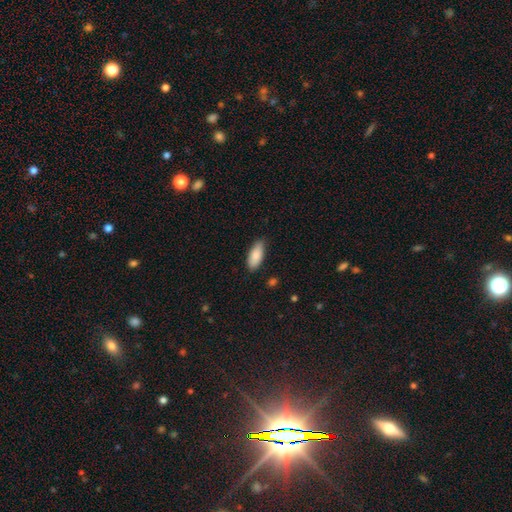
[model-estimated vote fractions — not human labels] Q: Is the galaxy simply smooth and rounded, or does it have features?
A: smooth — 86%.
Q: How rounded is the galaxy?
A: in between — 83%.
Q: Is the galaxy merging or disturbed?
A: none — 81%.